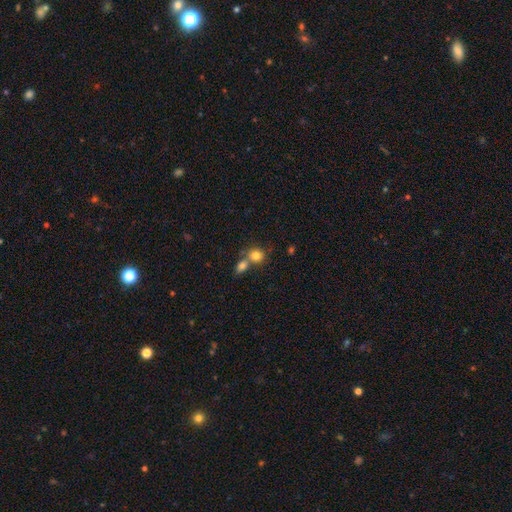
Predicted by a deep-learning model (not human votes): Smooth or featured?
  - smooth: 81% *
  - star or artifact: 10%
  - featured or disk: 8%
How rounded?
  - round: 78% *
  - in between: 21%
  - cigar-shaped: 1%
Merging?
  - merger: 47% *
  - none: 42%
  - minor disturbance: 8%
  - major disturbance: 3%